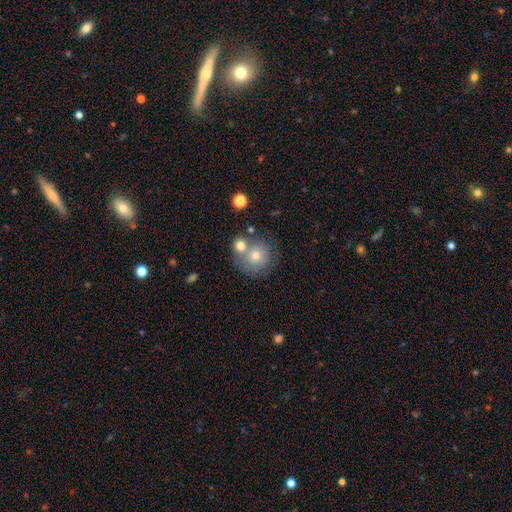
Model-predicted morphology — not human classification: Smooth or featured?
  - smooth: 70% *
  - featured or disk: 20%
  - star or artifact: 10%
How rounded?
  - round: 89% *
  - in between: 10%
  - cigar-shaped: 1%
Merging?
  - none: 51% *
  - merger: 32%
  - minor disturbance: 11%
  - major disturbance: 5%